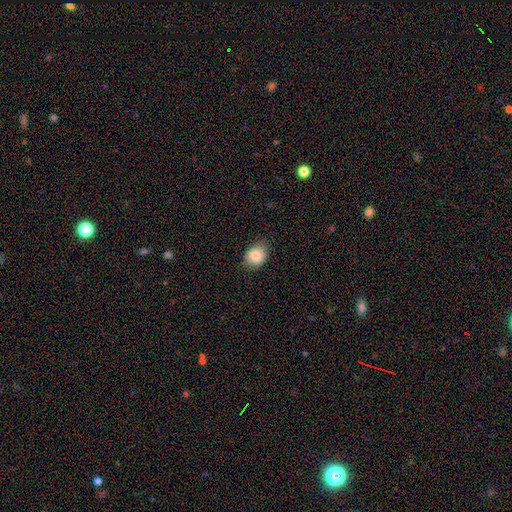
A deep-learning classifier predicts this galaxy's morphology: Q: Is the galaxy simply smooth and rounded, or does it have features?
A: smooth — 87%.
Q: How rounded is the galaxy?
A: in between — 56%.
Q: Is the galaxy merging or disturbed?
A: none — 76%.